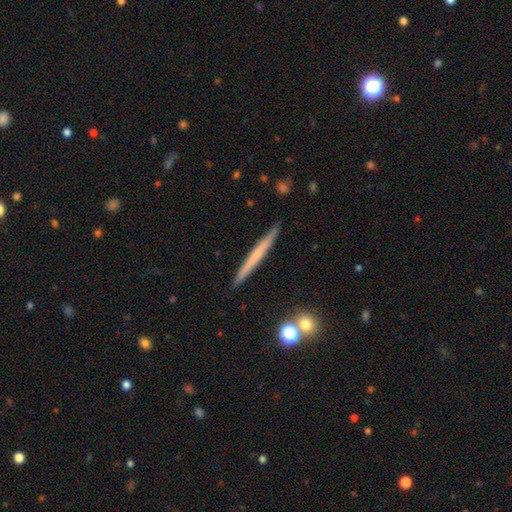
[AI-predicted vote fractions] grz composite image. It shows a smooth galaxy with no disk features (50%). Merging: none (91%).